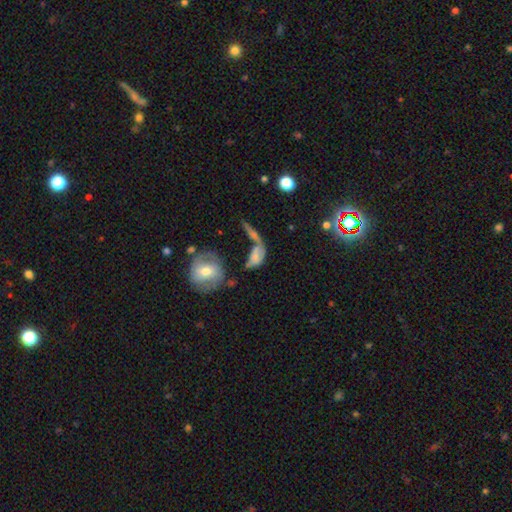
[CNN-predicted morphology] Smooth or featured? smooth (58%)
How rounded? in between (81%)
Merging? merger (41%)